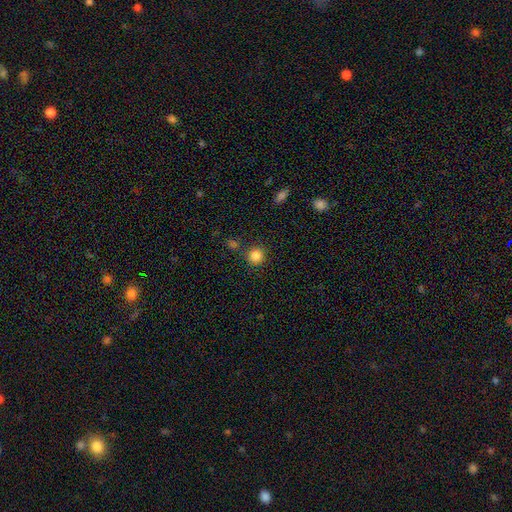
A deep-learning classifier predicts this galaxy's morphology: A smooth galaxy with no disk features (85%) that is round (93%).

Vote fractions:
- Smooth or featured? smooth: 85% / star or artifact: 11% / featured or disk: 4%
- How rounded? round: 93% / in between: 6% / cigar-shaped: 1%
- Merging? none: 85% / minor disturbance: 8% / merger: 5% / major disturbance: 3%